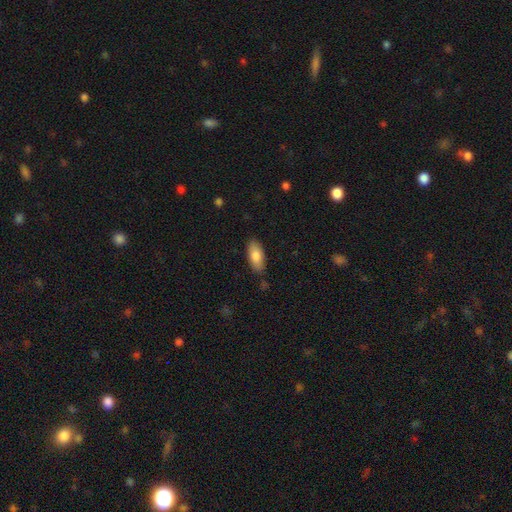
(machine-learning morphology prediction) Q: Smooth or featured?
A: smooth (82%); runner-up: featured or disk (12%)
Q: How rounded?
A: in between (85%); runner-up: cigar-shaped (13%)
Q: Merging?
A: none (82%); runner-up: minor disturbance (13%)